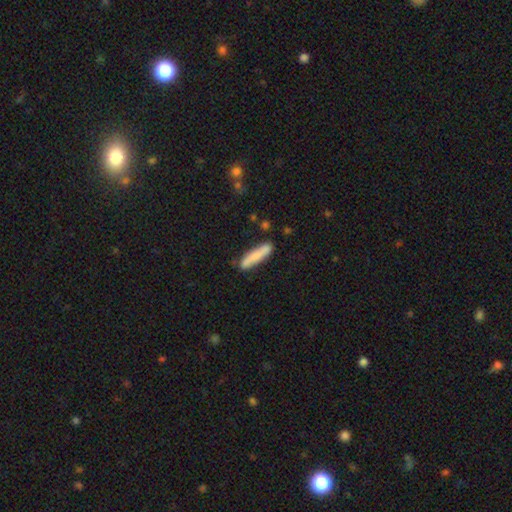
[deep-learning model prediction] smooth-or-featured: smooth: 79% | featured or disk: 15% | star or artifact: 6%
  how-rounded: cigar-shaped: 85% | in between: 13% | round: 2%
  merging: none: 80% | minor disturbance: 14% | merger: 3% | major disturbance: 3%